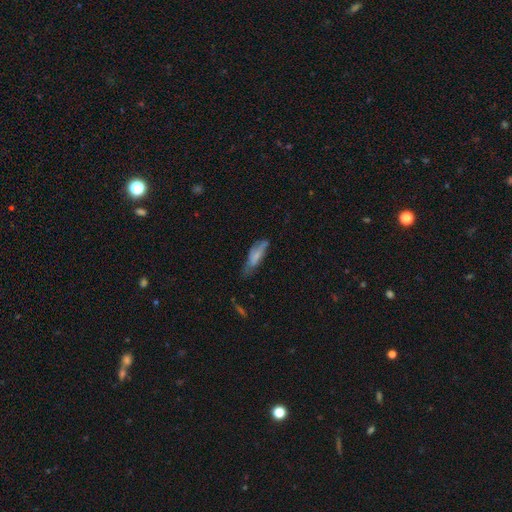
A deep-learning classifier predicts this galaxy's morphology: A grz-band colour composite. It shows a smooth galaxy with no disk features (65%) that is cigar-shaped (51%). Merging: none (42%).